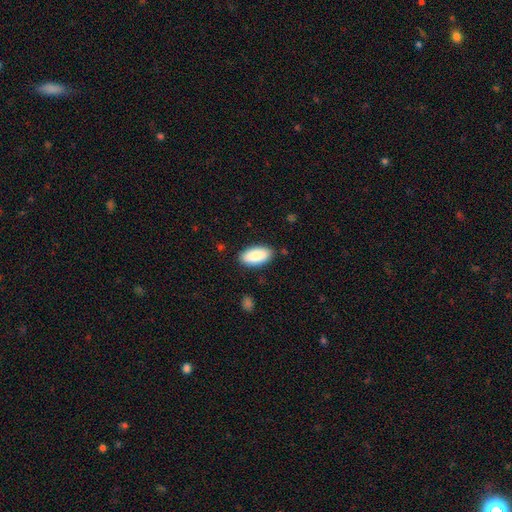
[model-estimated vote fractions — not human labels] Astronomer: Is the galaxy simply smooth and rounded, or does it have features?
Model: smooth — 89%.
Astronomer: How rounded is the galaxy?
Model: in between — 94%.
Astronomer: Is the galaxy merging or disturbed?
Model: none — 86%.